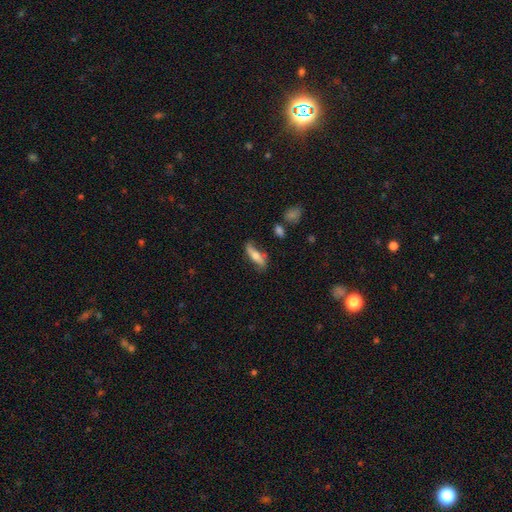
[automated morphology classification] Smooth or featured? smooth (50%)
How rounded? cigar-shaped (55%)
Merging? none (63%)